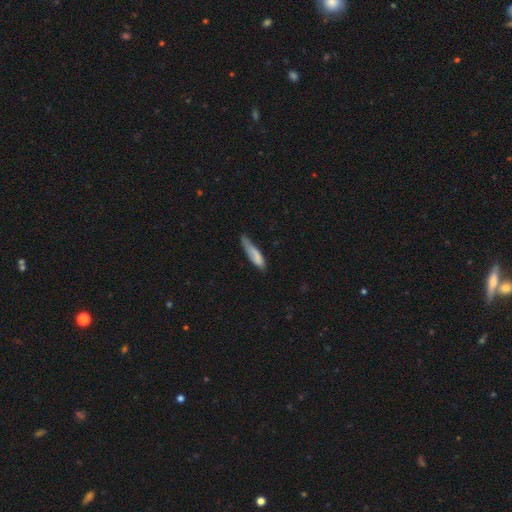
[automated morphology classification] Q: Smooth or featured?
A: smooth (77%); runner-up: featured or disk (16%)
Q: How rounded?
A: cigar-shaped (73%); runner-up: in between (26%)
Q: Merging?
A: none (44%); runner-up: minor disturbance (40%)